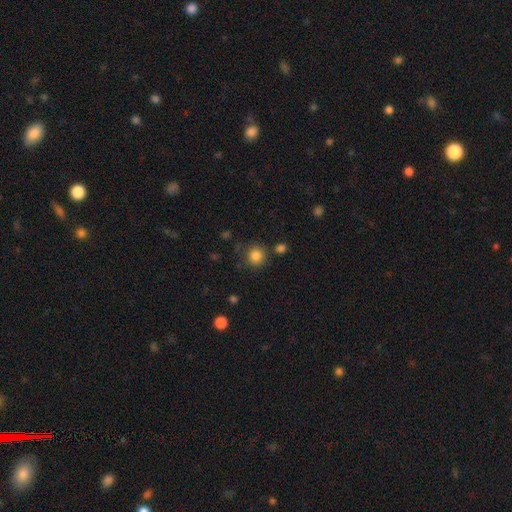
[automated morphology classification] This appears to be a smooth galaxy with no disk features (84%) that is round (91%). Merging: none (81%).